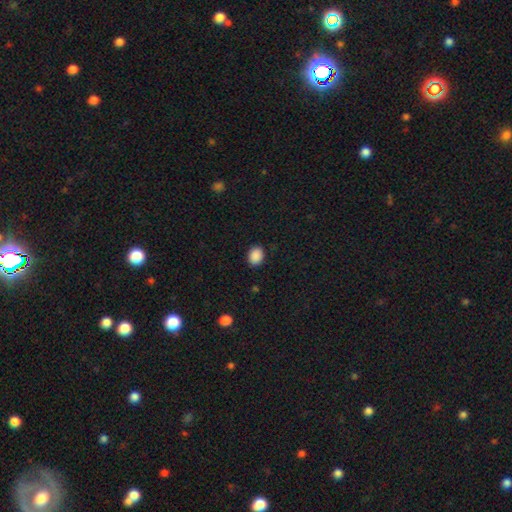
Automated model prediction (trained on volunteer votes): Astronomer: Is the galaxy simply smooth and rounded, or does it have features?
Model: smooth — 89%.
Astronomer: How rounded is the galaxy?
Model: in between — 59% (runner-up: round, 40%).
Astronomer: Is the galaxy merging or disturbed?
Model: none — 89%.